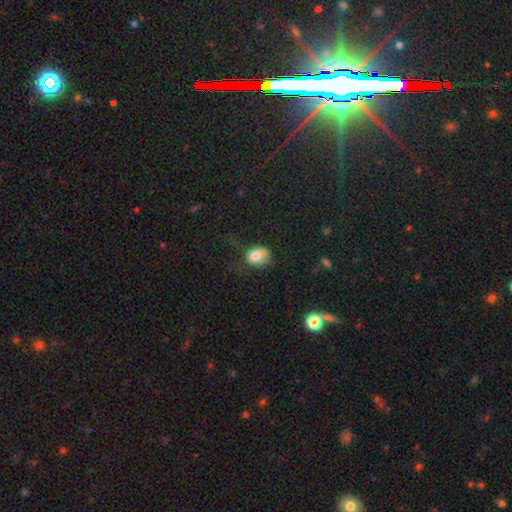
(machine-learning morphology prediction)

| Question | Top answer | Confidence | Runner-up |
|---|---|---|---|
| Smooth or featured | smooth | 78% | featured or disk (12%) |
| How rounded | in between | 57% | round (42%) |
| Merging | none | 37% | minor disturbance (34%) |